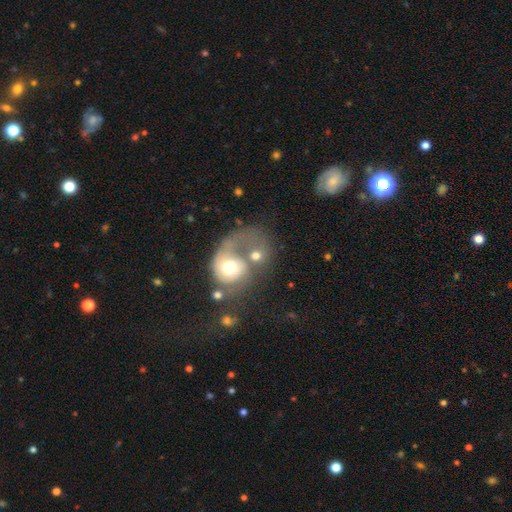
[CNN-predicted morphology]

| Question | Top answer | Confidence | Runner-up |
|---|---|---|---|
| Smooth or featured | featured or disk | 50% | smooth (42%) |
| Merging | merger | 49% | major disturbance (30%) |